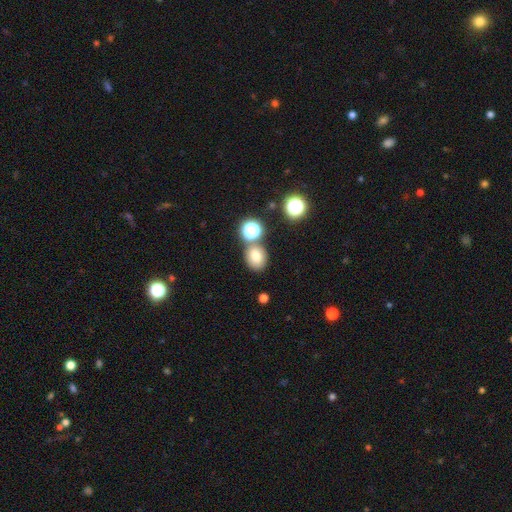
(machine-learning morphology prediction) smooth_or_featured: smooth (p=0.75) [alt: star or artifact p=0.16]
how_rounded: round (p=0.51) [alt: in between p=0.47]
merging: none (p=0.69) [alt: merger p=0.15]